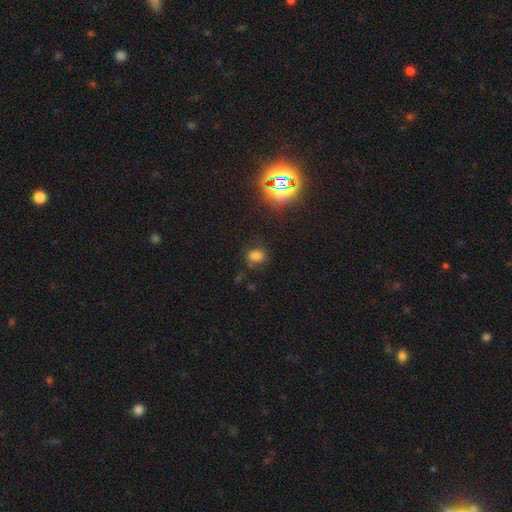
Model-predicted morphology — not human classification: Smooth or featured?
  - smooth: 67% *
  - star or artifact: 25%
  - featured or disk: 8%
How rounded?
  - in between: 55% *
  - round: 44%
  - cigar-shaped: 1%
Merging?
  - none: 74% *
  - minor disturbance: 17%
  - major disturbance: 6%
  - merger: 3%